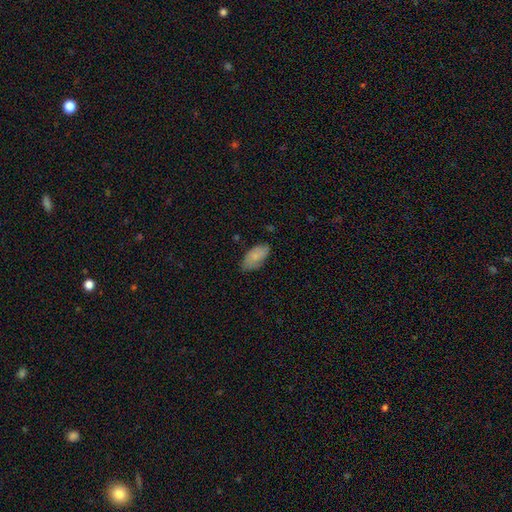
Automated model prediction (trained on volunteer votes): A smooth galaxy with no disk features (78%) that is in between round and cigar-shaped (93%). Merging: none (71%).